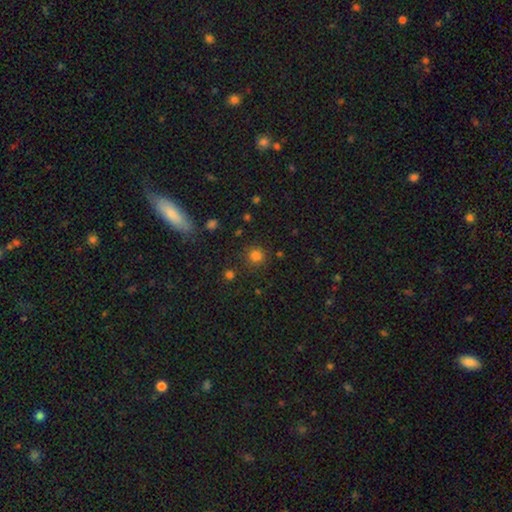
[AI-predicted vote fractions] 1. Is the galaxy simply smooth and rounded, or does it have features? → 79% smooth, 16% star or artifact, 5% featured or disk.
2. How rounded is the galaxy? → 91% round, 8% in between, 1% cigar-shaped.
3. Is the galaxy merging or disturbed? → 85% none, 9% minor disturbance, 3% major disturbance, 3% merger.